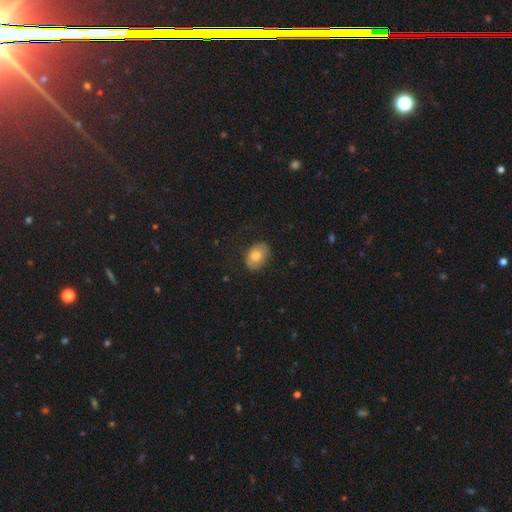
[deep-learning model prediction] This appears to be a smooth galaxy with no disk features (75%) that is in between round and cigar-shaped (74%). Merging: none (78%).